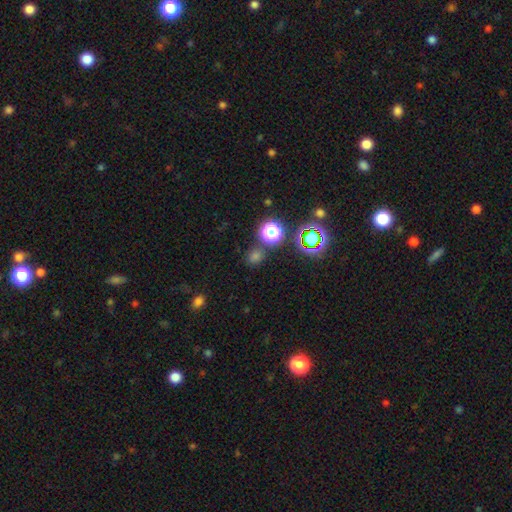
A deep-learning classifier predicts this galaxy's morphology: smooth_or_featured: smooth (p=0.51) [alt: star or artifact p=0.43]
how_rounded: round (p=0.81) [alt: in between p=0.17]
merging: none (p=0.80) [alt: minor disturbance p=0.08]